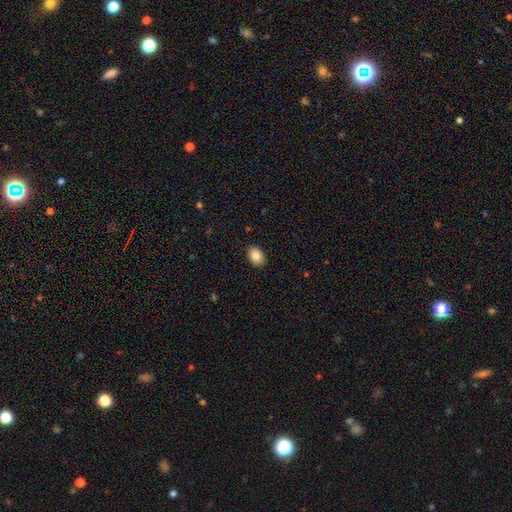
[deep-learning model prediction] The model was most divided on "how rounded": in between: 76%, round: 23%, cigar-shaped: 1%. More confident: merging — none (88%); smooth or featured — smooth (88%).